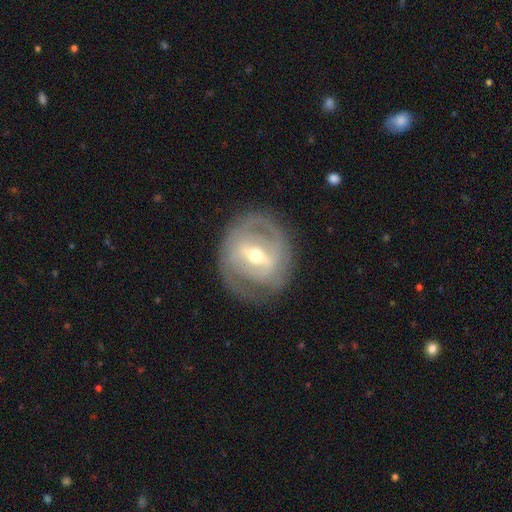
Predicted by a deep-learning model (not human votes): featured or disk 80%, smooth 14%, star or artifact 6%. Down the decision tree: edge-on disk — no (95%); bar — strong (46%); spiral arms — yes (78%); spiral arm count — 2 (57%); spiral winding — tight (59%); bulge size — moderate (62%); merging — none (78%).